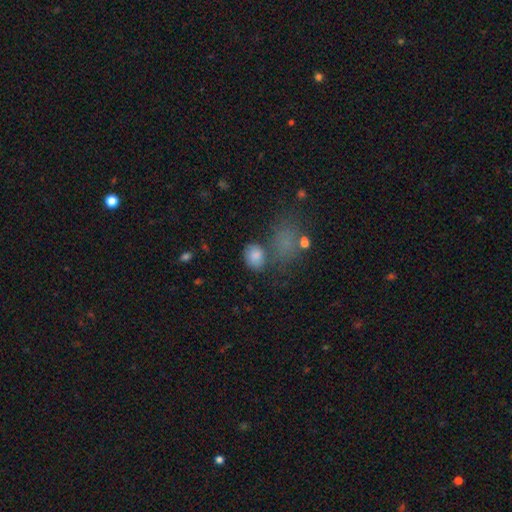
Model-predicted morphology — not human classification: The model was most divided on "how rounded": round: 51%, in between: 48%, cigar-shaped: 1%. More confident: smooth or featured — smooth (80%); merging — none (57%).